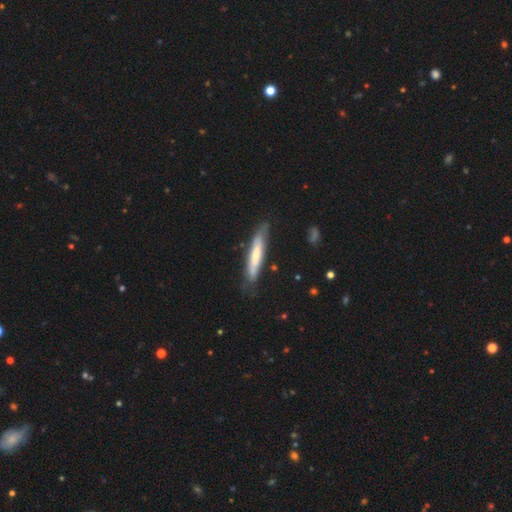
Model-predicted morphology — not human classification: Overall: smooth (53%; featured or disk 42%). How rounded: cigar-shaped (87%). Merging: none (72%).